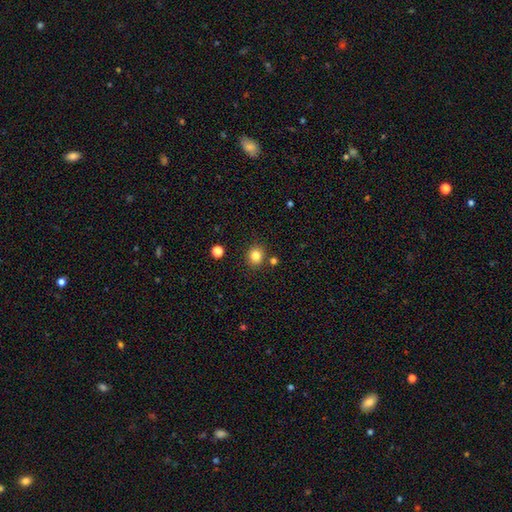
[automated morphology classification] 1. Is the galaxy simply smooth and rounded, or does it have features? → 83% smooth, 12% star or artifact, 5% featured or disk.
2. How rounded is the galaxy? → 84% round, 15% in between, 1% cigar-shaped.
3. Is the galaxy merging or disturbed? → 85% none, 8% minor disturbance, 5% merger, 2% major disturbance.